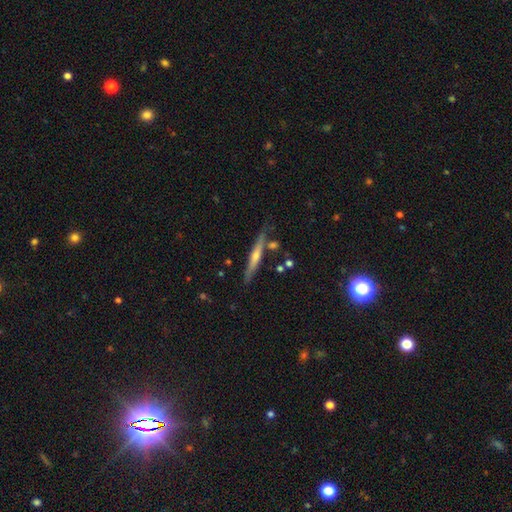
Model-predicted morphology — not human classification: This is likely a featured or disk galaxy (70%). It is clearly viewed edge-on (96%). Edge-on bulge: likely rounded (73%). Merging: clearly none (81%).